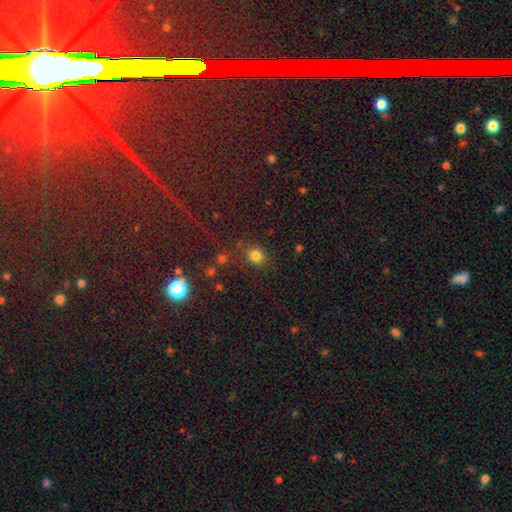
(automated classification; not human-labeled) A smooth galaxy with no disk features (77%) that is round (69%).

Vote fractions:
- Smooth or featured? smooth: 77% / star or artifact: 17% / featured or disk: 6%
- How rounded? round: 69% / in between: 30% / cigar-shaped: 1%
- Merging? none: 76% / minor disturbance: 13% / merger: 6% / major disturbance: 6%